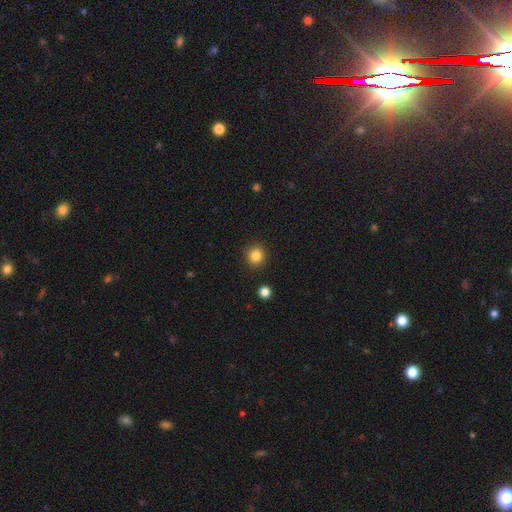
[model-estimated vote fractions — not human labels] Smooth or featured? Predicted: smooth (p=0.85). How rounded? Predicted: round (p=0.90). Merging? Predicted: none (p=0.91).